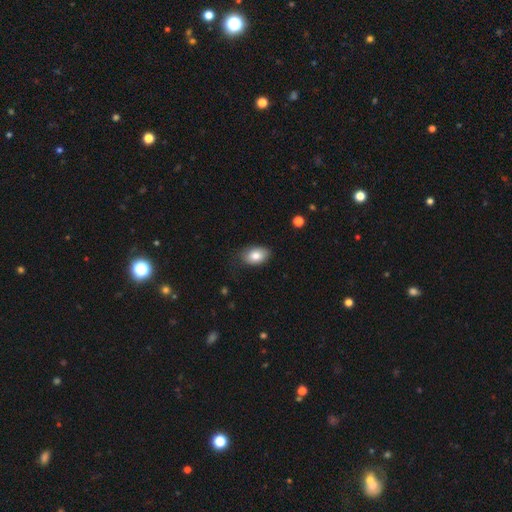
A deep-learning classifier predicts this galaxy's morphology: This appears to be a smooth galaxy with no disk features (81%) that is in between round and cigar-shaped (87%). Merging: none (75%).